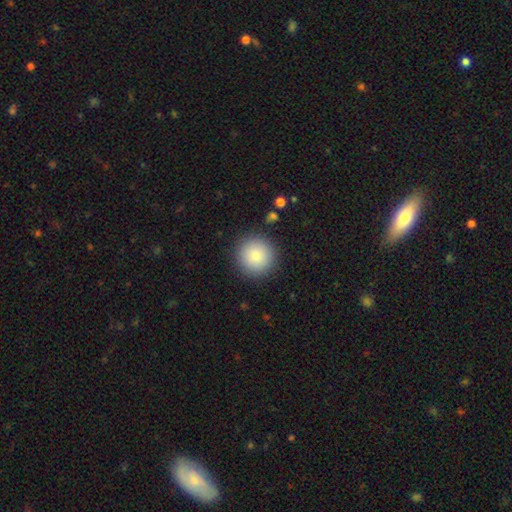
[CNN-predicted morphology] smooth_or_featured: smooth (p=0.87) [alt: star or artifact p=0.08]
how_rounded: round (p=0.96) [alt: in between p=0.03]
merging: none (p=0.90) [alt: minor disturbance p=0.06]